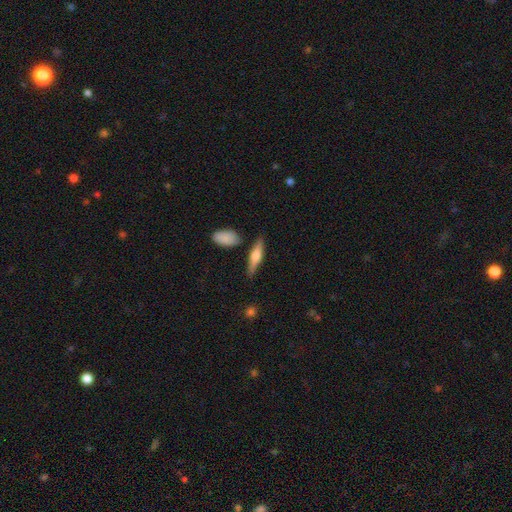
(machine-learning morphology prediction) A featured or disk galaxy (51%) viewed edge-on (95%).

Vote fractions:
- Smooth or featured? featured or disk: 51% / smooth: 43% / star or artifact: 6%
- Edge-on disk? yes: 95% / no: 5%
- Merging? none: 81% / minor disturbance: 12% / merger: 4% / major disturbance: 3%